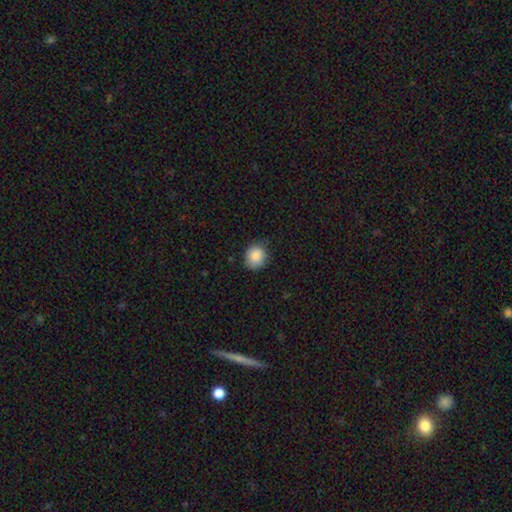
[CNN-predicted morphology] This is clearly a smooth galaxy (87%). How rounded: likely round (78%). Merging: likely none (74%).